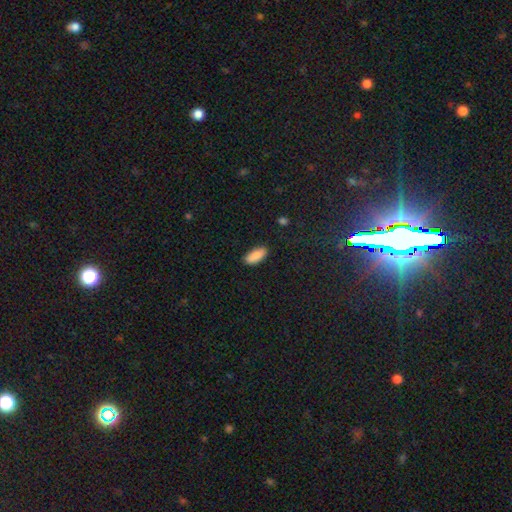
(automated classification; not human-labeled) Q: Smooth or featured?
A: smooth (90%); runner-up: star or artifact (6%)
Q: How rounded?
A: in between (86%); runner-up: cigar-shaped (12%)
Q: Merging?
A: none (88%); runner-up: minor disturbance (9%)